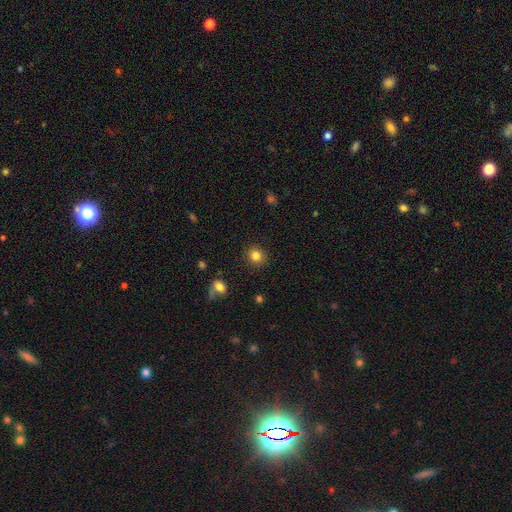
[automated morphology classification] This appears to be a smooth galaxy with no disk features (84%) that is round (86%). Merging: none (89%).